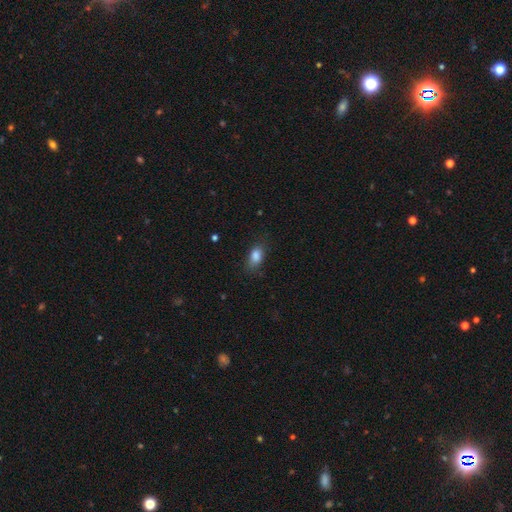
smooth_or_featured: smooth (p=0.92) [alt: star or artifact p=0.08]
how_rounded: in between (p=0.82) [alt: round p=0.15]
merging: none (p=0.59) [alt: minor disturbance p=0.38]